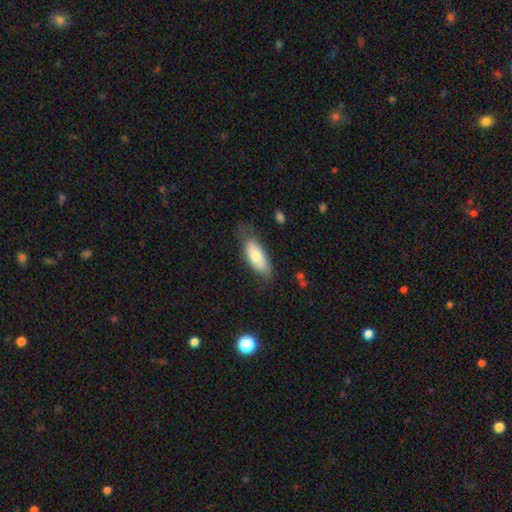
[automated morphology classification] This is likely a smooth galaxy (72%). How rounded: likely in between (75%). Merging: likely none (62%).